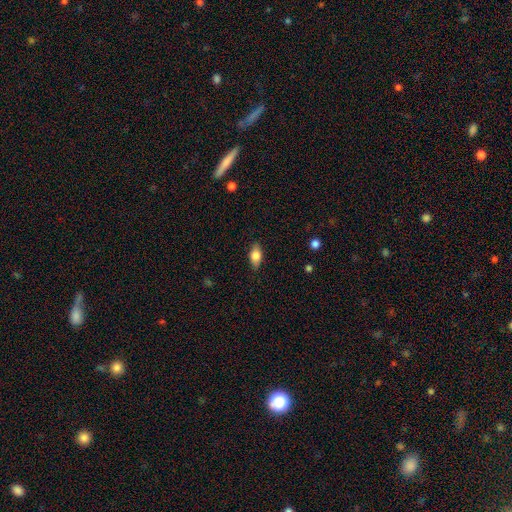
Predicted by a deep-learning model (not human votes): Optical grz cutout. It shows a smooth galaxy with no disk features (73%) that is in between round and cigar-shaped (85%). Merging: none (84%).